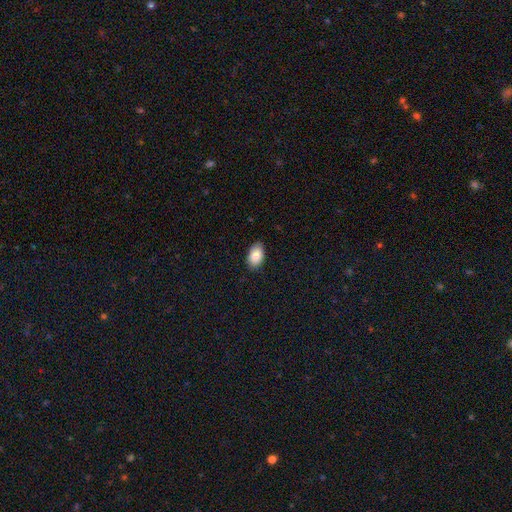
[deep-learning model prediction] Smooth or featured?
  - smooth: 88% *
  - star or artifact: 7%
  - featured or disk: 5%
How rounded?
  - in between: 91% *
  - round: 7%
  - cigar-shaped: 1%
Merging?
  - none: 84% *
  - minor disturbance: 13%
  - major disturbance: 2%
  - merger: 1%